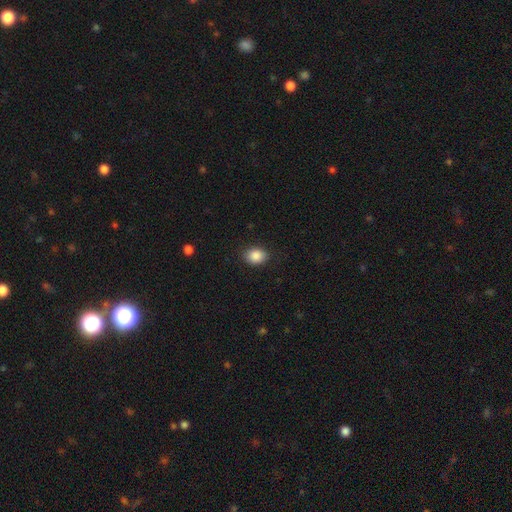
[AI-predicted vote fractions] Smooth or featured: smooth — 88% (star or artifact — 8%)
How rounded: in between — 58% (round — 41%)
Merging: none — 87% (minor disturbance — 9%)